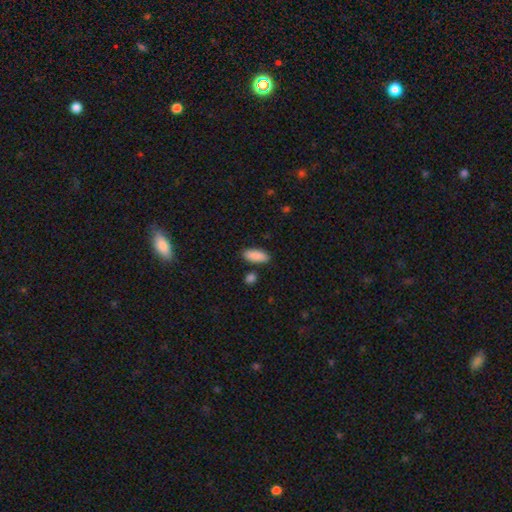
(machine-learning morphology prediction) Q: Smooth or featured?
A: smooth (90%); runner-up: star or artifact (6%)
Q: How rounded?
A: in between (82%); runner-up: cigar-shaped (15%)
Q: Merging?
A: none (84%); runner-up: minor disturbance (9%)